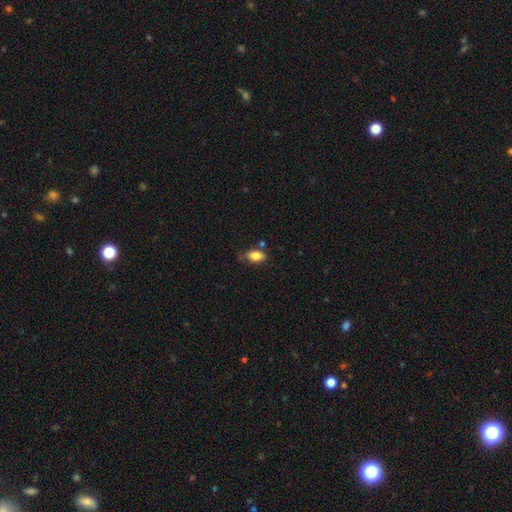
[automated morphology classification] A smooth galaxy with no disk features (83%) that is in between round and cigar-shaped (89%). Merging: none (63%).